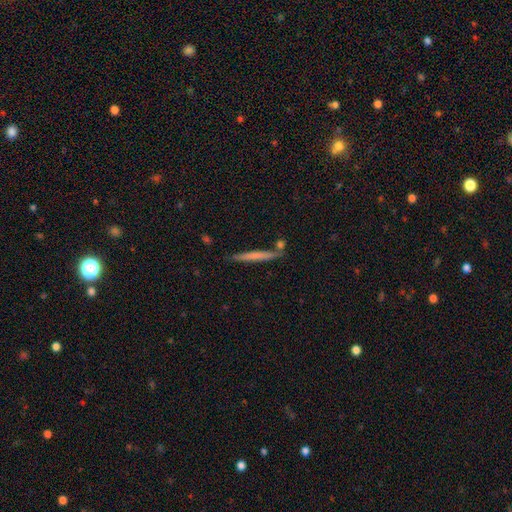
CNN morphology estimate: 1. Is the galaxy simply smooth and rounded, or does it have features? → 57% smooth, 37% featured or disk, 6% star or artifact.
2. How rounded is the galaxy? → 96% cigar-shaped, 3% in between, 2% round.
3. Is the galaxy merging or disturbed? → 81% none, 10% minor disturbance, 6% merger, 2% major disturbance.